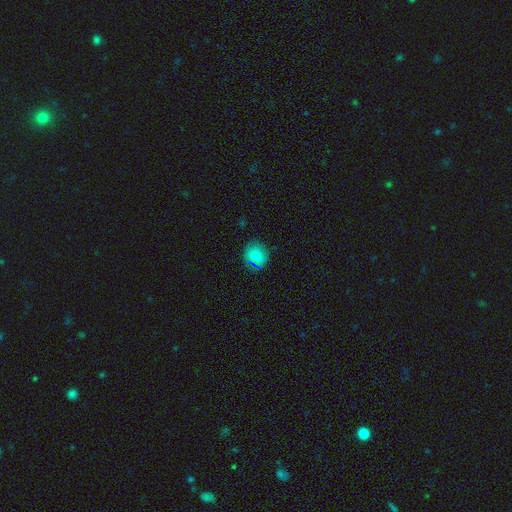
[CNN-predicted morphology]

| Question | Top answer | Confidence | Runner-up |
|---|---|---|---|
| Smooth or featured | smooth | 80% | star or artifact (13%) |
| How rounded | round | 83% | in between (16%) |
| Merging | none | 81% | minor disturbance (13%) |